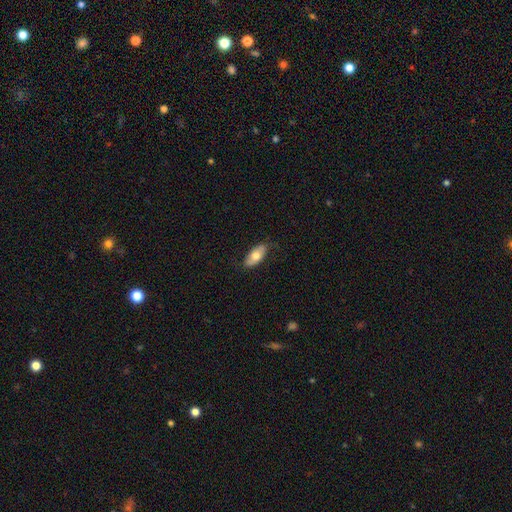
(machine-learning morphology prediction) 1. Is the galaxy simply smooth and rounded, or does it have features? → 68% smooth, 26% featured or disk, 6% star or artifact.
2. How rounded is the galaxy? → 88% in between, 10% cigar-shaped, 3% round.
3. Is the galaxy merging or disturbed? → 78% none, 17% minor disturbance, 3% major disturbance, 1% merger.